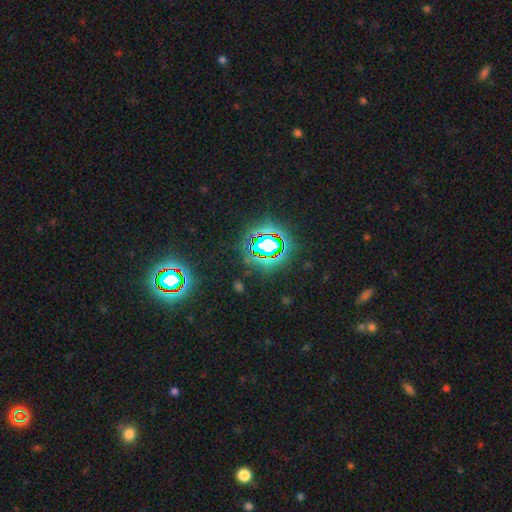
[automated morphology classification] This is clearly a star or artifact rather than a galaxy (83%).